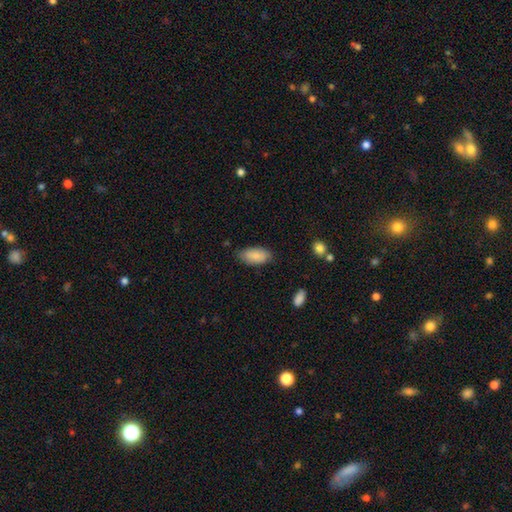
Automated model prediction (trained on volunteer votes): Smooth or featured?
  - smooth: 85% *
  - featured or disk: 9%
  - star or artifact: 6%
How rounded?
  - in between: 92% *
  - cigar-shaped: 6%
  - round: 2%
Merging?
  - none: 77% *
  - minor disturbance: 19%
  - major disturbance: 3%
  - merger: 2%